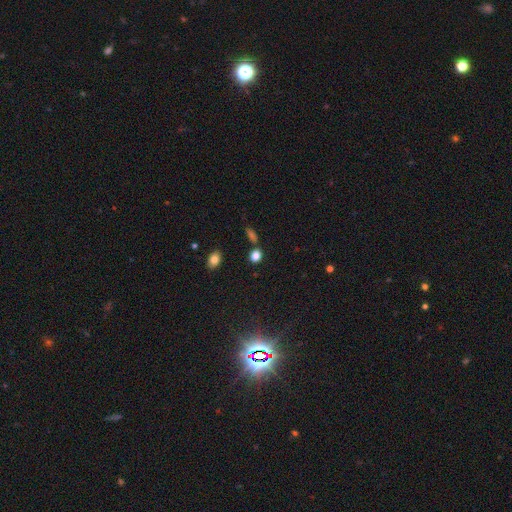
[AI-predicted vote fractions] A smooth galaxy with no disk features (82%) that is round (55%). Merging: none (73%).